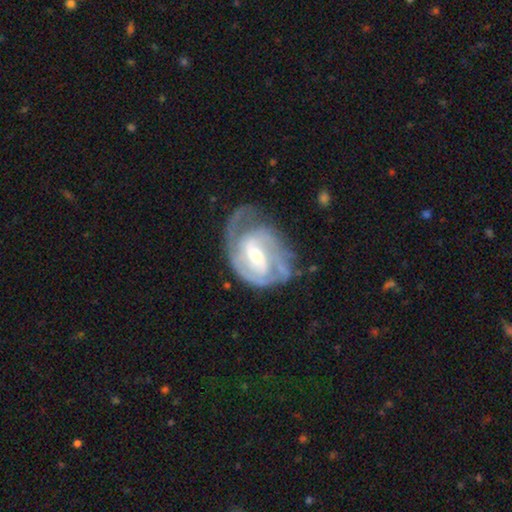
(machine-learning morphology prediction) This appears to be a featured or disk galaxy (87%) with a weak bar (51%), 2 (45%) tight (52%) spiral arms (94%) and a moderate central bulge (50%). Merging: none (49%).